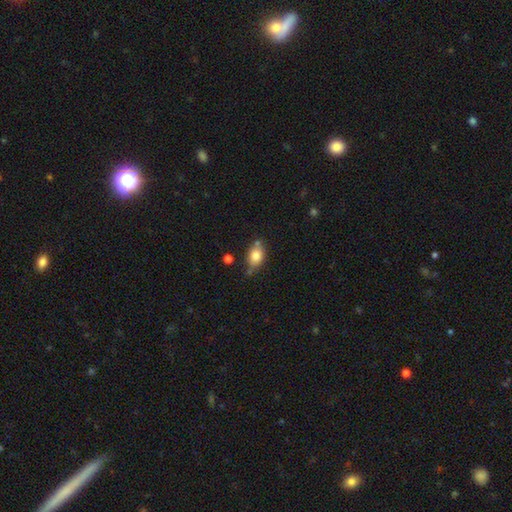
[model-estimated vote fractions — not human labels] Q: Smooth or featured?
A: smooth (78%); runner-up: featured or disk (13%)
Q: How rounded?
A: in between (74%); runner-up: round (24%)
Q: Merging?
A: none (61%); runner-up: minor disturbance (22%)